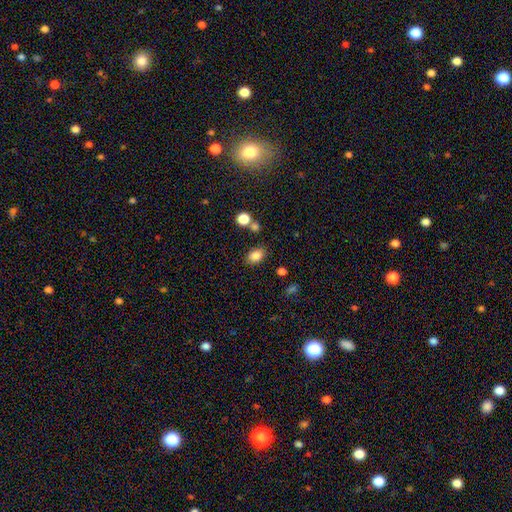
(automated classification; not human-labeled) Smooth or featured? Predicted: smooth (p=0.84). How rounded? Predicted: in between (p=0.79). Merging? Predicted: none (p=0.77).